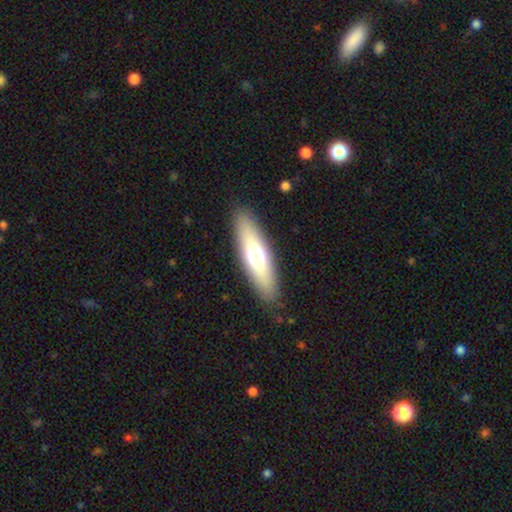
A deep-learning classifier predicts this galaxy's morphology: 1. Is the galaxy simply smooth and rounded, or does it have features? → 63% smooth, 30% featured or disk, 7% star or artifact.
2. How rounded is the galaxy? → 52% cigar-shaped, 46% in between, 2% round.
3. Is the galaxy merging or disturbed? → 88% none, 8% minor disturbance, 3% major disturbance, 1% merger.